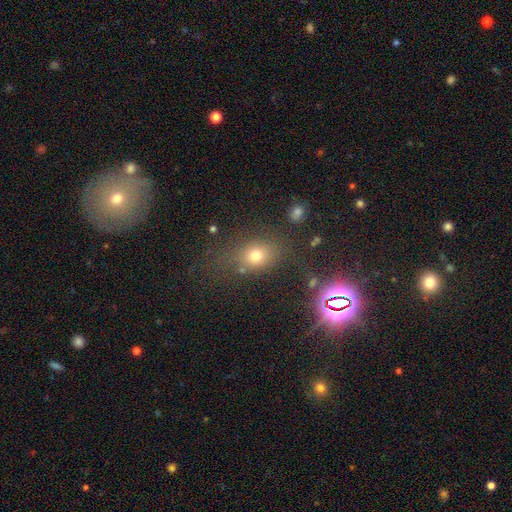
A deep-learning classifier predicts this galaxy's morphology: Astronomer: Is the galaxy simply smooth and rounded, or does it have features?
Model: smooth — 69%.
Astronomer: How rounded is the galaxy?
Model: in between — 53% (runner-up: round, 45%).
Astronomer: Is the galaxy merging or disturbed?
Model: none — 70%.